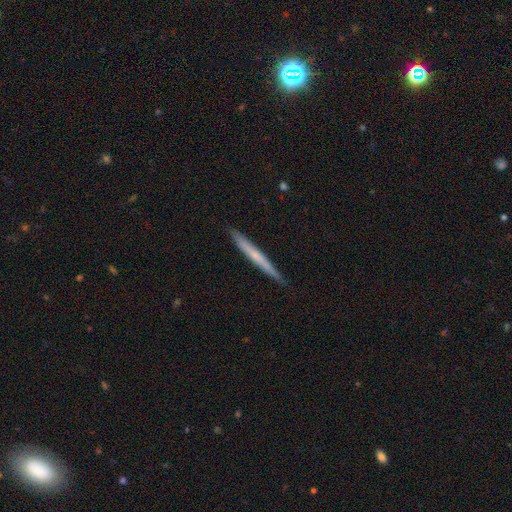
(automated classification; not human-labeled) A featured or disk galaxy (48%).

Vote fractions:
- Smooth or featured? featured or disk: 48% / smooth: 47% / star or artifact: 6%
- Merging? none: 90% / minor disturbance: 8% / major disturbance: 1% / merger: 1%